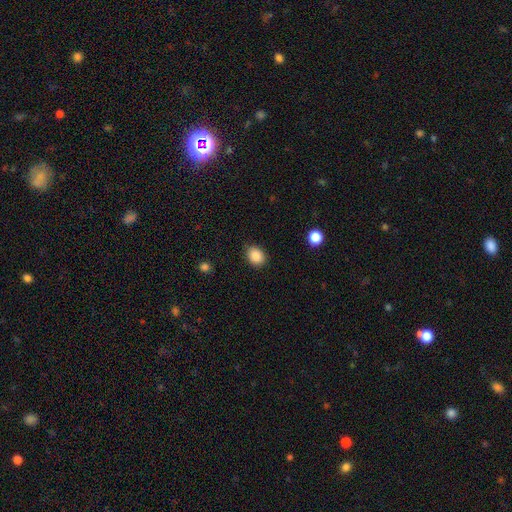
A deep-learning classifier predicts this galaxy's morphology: Q: Smooth or featured?
A: smooth (88%); runner-up: star or artifact (9%)
Q: How rounded?
A: in between (55%); runner-up: round (44%)
Q: Merging?
A: none (84%); runner-up: minor disturbance (12%)